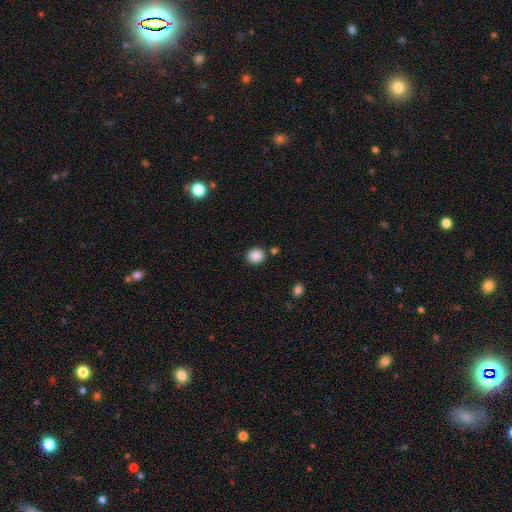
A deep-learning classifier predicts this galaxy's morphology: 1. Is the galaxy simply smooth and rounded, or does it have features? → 87% smooth, 9% star or artifact, 3% featured or disk.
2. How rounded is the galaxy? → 79% round, 20% in between, 1% cigar-shaped.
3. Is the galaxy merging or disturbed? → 83% none, 9% minor disturbance, 6% merger, 3% major disturbance.